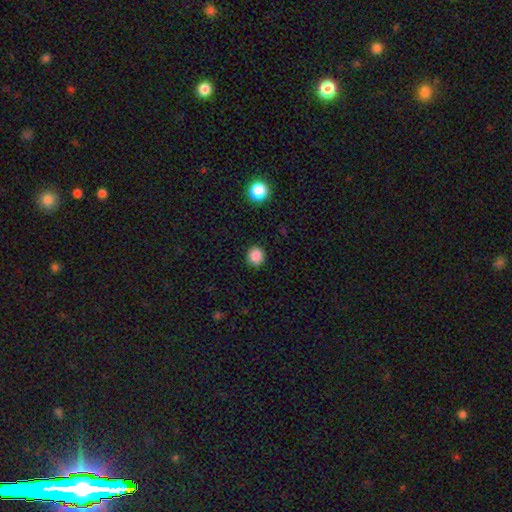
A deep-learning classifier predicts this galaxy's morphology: Smooth or featured: smooth — 87% (star or artifact — 10%)
How rounded: round — 84% (in between — 15%)
Merging: none — 90% (minor disturbance — 7%)